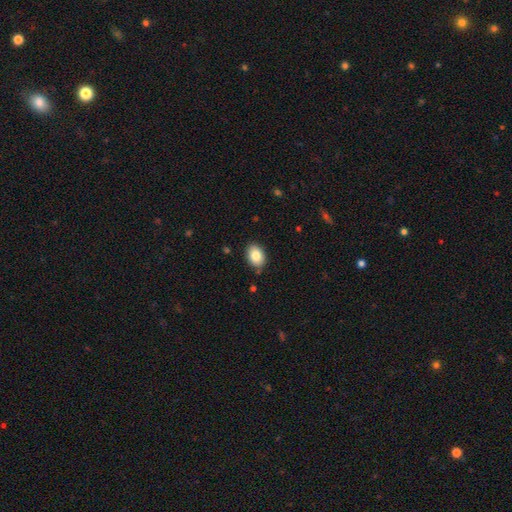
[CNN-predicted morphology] Smooth or featured? smooth (84%)
How rounded? in between (80%)
Merging? none (84%)